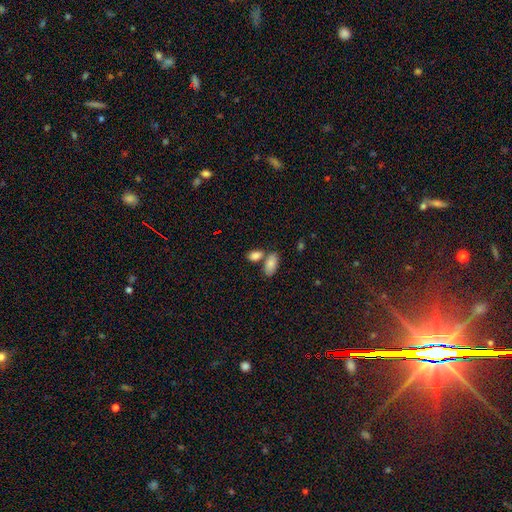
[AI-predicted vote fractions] smooth 85%, star or artifact 8%, featured or disk 7%. Down the decision tree: how rounded — in between (89%); merging — none (51%).